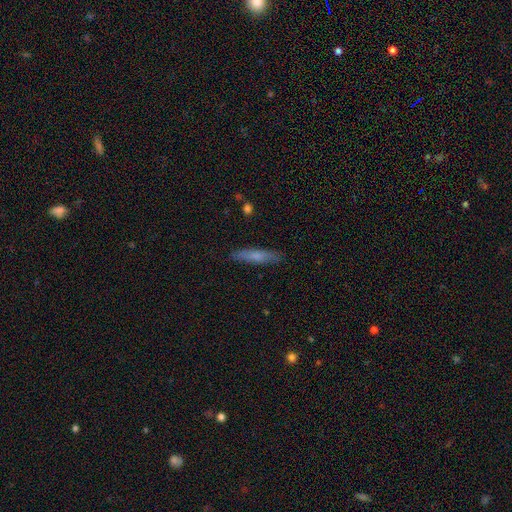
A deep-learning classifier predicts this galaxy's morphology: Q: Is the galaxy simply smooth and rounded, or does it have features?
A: smooth — 67%.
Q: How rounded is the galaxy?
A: cigar-shaped — 85%.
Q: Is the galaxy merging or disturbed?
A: none — 87%.